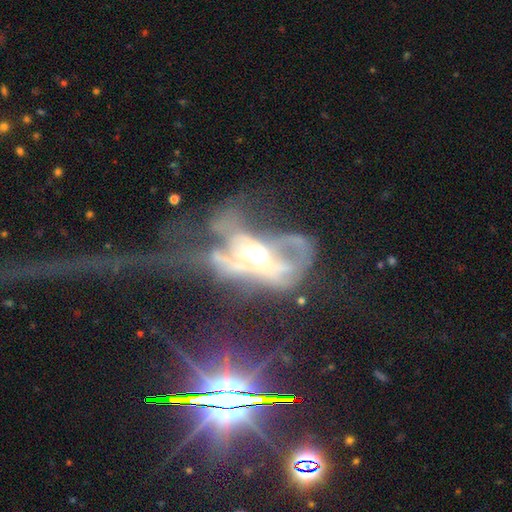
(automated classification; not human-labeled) Q: Smooth or featured?
A: featured or disk (72%); runner-up: smooth (14%)
Q: Edge-on disk?
A: no (90%); runner-up: yes (10%)
Q: Bar?
A: no (76%); runner-up: weak (16%)
Q: Spiral arms?
A: no (58%); runner-up: yes (42%)
Q: Bulge size?
A: moderate (66%); runner-up: small (17%)
Q: Merging?
A: major disturbance (57%); runner-up: merger (23%)